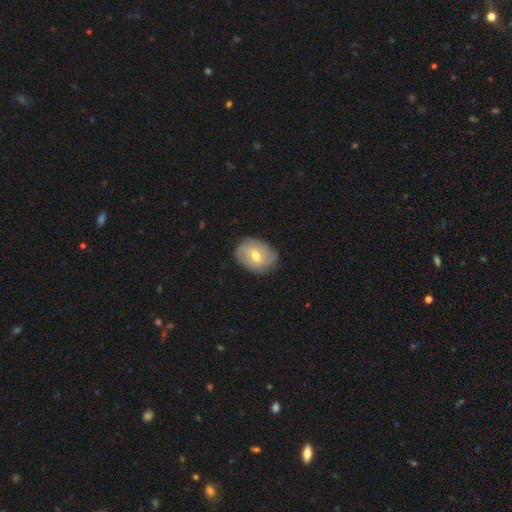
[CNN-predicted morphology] A featured or disk galaxy (55%) with a weak bar (45%), spiral arms (73%) and a moderate central bulge (65%).

Vote fractions:
- Smooth or featured? featured or disk: 55% / smooth: 37% / star or artifact: 7%
- Edge-on disk? no: 95% / yes: 5%
- Bar? weak: 45% / no: 44% / strong: 11%
- Spiral arms? yes: 73% / no: 27%
- Bulge size? moderate: 65% / small: 31% / large: 2% / none: 1% / dominant: 1%
- Merging? none: 78% / minor disturbance: 17% / major disturbance: 4% / merger: 1%